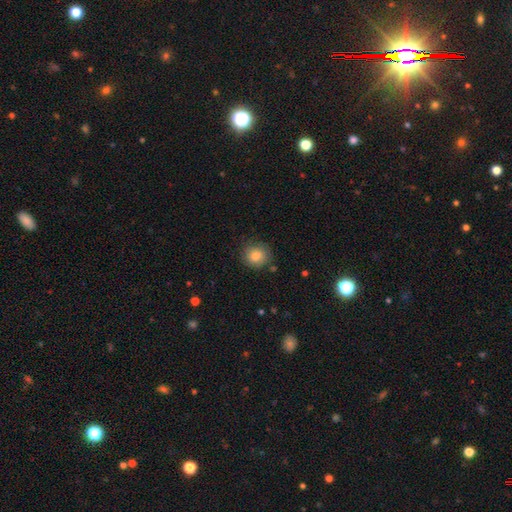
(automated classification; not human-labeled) Overall: smooth (82%). How rounded: round (86%). Merging: none (83%).